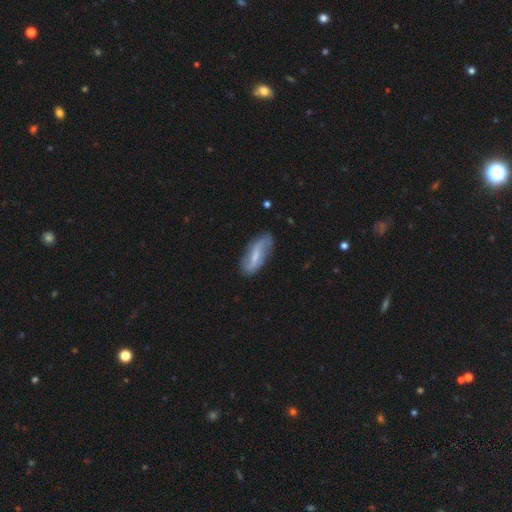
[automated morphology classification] Q: Smooth or featured?
A: featured or disk (62%); runner-up: smooth (31%)
Q: Edge-on disk?
A: no (89%); runner-up: yes (11%)
Q: Bar?
A: weak (46%); runner-up: strong (36%)
Q: Spiral arms?
A: yes (82%); runner-up: no (18%)
Q: Bulge size?
A: small (45%); runner-up: moderate (29%)
Q: Merging?
A: none (73%); runner-up: minor disturbance (19%)